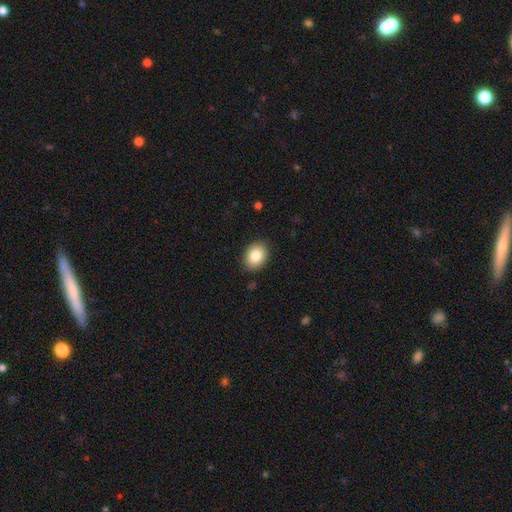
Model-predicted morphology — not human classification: Smooth or featured: smooth — 84% (star or artifact — 8%)
How rounded: in between — 57% (round — 42%)
Merging: none — 88% (minor disturbance — 9%)